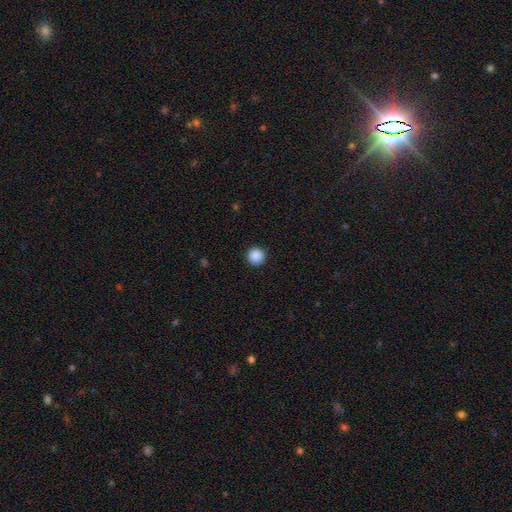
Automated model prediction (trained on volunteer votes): Smooth or featured? smooth (88%)
How rounded? round (96%)
Merging? none (92%)